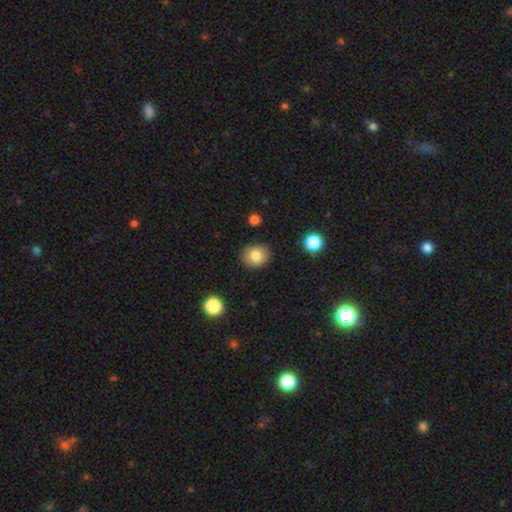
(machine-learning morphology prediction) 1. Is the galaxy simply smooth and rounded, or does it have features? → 81% smooth, 10% star or artifact, 9% featured or disk.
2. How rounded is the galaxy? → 63% round, 37% in between, 1% cigar-shaped.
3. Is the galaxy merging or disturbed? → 88% none, 9% minor disturbance, 2% major disturbance, 2% merger.